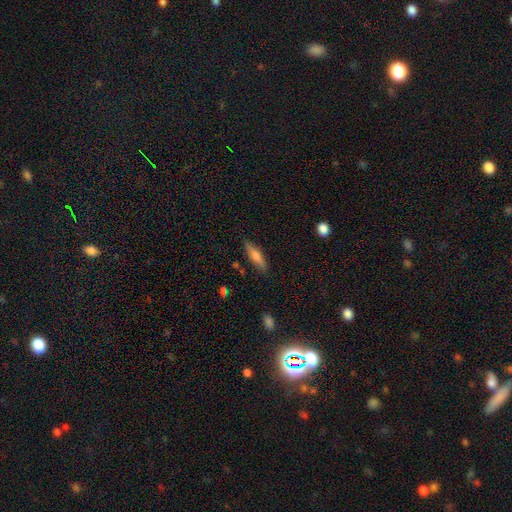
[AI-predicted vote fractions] A smooth galaxy with no disk features (67%) that is cigar-shaped (67%).

Vote fractions:
- Smooth or featured? smooth: 67% / featured or disk: 26% / star or artifact: 7%
- How rounded? cigar-shaped: 67% / in between: 31% / round: 2%
- Merging? none: 85% / minor disturbance: 11% / major disturbance: 2% / merger: 2%